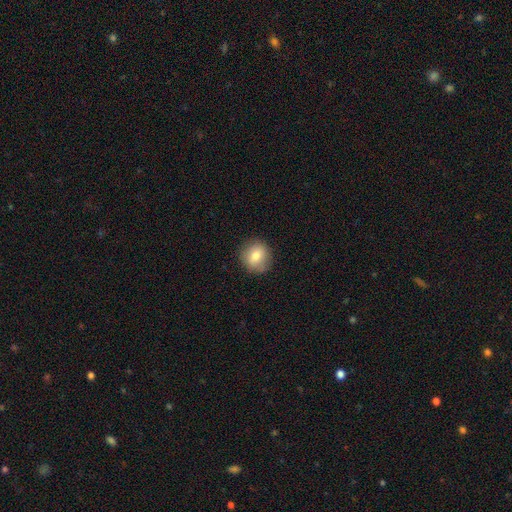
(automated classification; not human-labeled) Smooth or featured: smooth — 77% (featured or disk — 14%)
How rounded: round — 86% (in between — 13%)
Merging: none — 87% (minor disturbance — 10%)